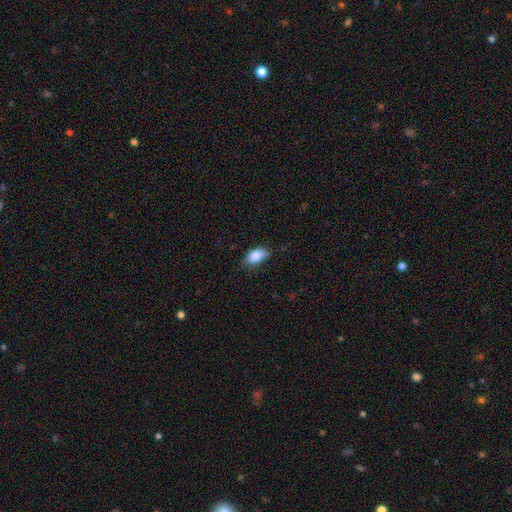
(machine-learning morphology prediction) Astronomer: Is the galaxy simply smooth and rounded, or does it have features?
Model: smooth — 85%.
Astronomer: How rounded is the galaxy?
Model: in between — 91%.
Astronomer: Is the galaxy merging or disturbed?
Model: none — 55% (runner-up: minor disturbance, 35%).